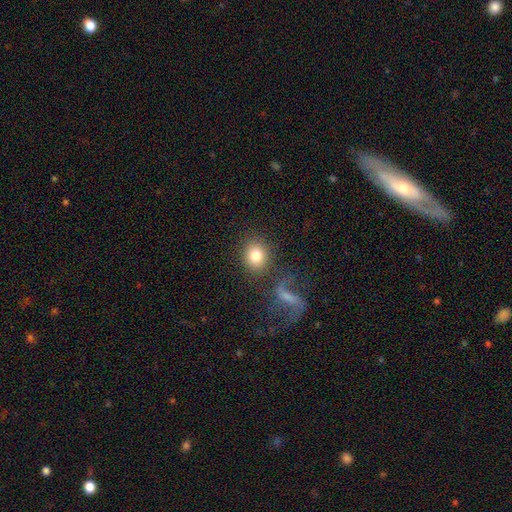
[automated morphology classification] The model was most divided on "how rounded": round: 68%, in between: 31%, cigar-shaped: 1%. More confident: smooth or featured — smooth (82%); merging — none (78%).